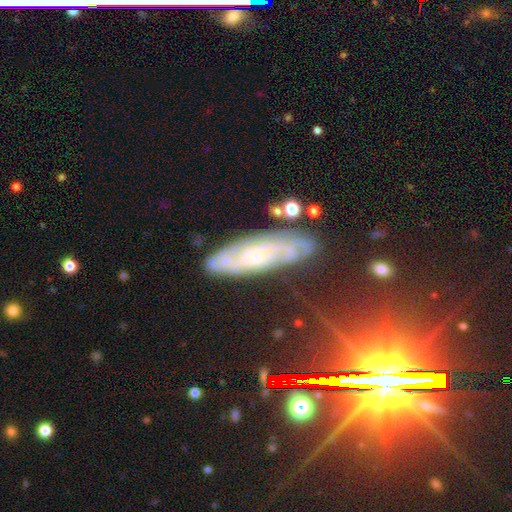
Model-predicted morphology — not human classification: Overall: featured or disk (77%). Edge-on disk: no (82%). Bar: no (68%). Spiral arms: yes (93%). Spiral arm count: can't tell (44%; 2 22%). Spiral winding: tight (66%; medium 28%). Bulge size: small (67%; moderate 27%). Merging: none (78%).